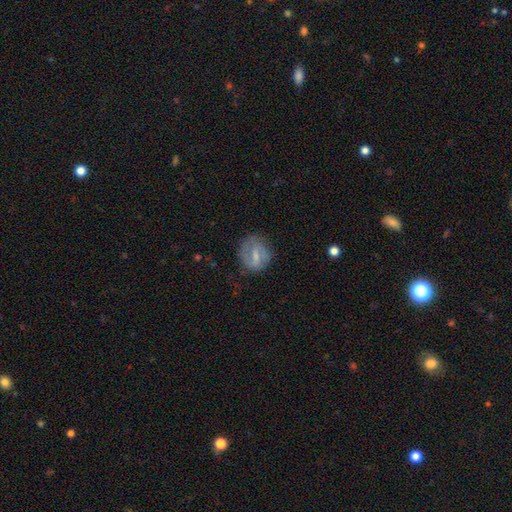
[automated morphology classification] smooth_or_featured: featured or disk (p=0.58) [alt: smooth p=0.35]
disk_edge_on: no (p=0.96) [alt: yes p=0.04]
bar: weak (p=0.50) [alt: strong p=0.35]
has_spiral_arms: yes (p=0.75) [alt: no p=0.25]
bulge_size: small (p=0.43) [alt: moderate p=0.32]
merging: none (p=0.66) [alt: minor disturbance p=0.21]